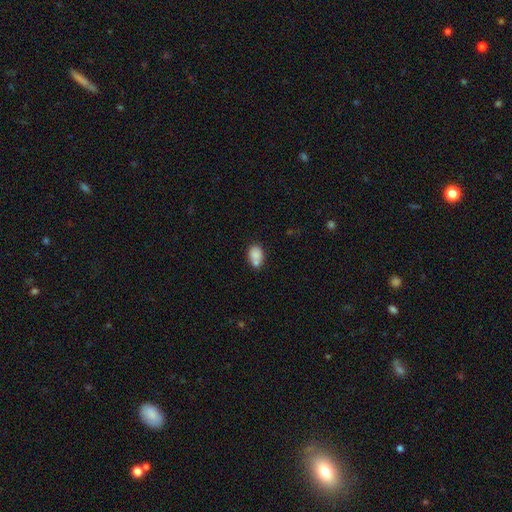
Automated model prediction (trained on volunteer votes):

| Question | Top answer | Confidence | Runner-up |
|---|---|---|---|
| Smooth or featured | smooth | 81% | featured or disk (10%) |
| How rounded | in between | 69% | round (30%) |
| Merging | none | 48% | merger (33%) |